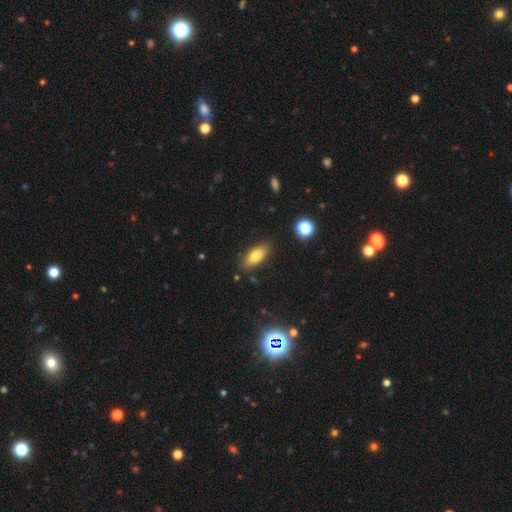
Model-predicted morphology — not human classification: type=smooth (77%); roundness=in between (81%); merging=none (83%).